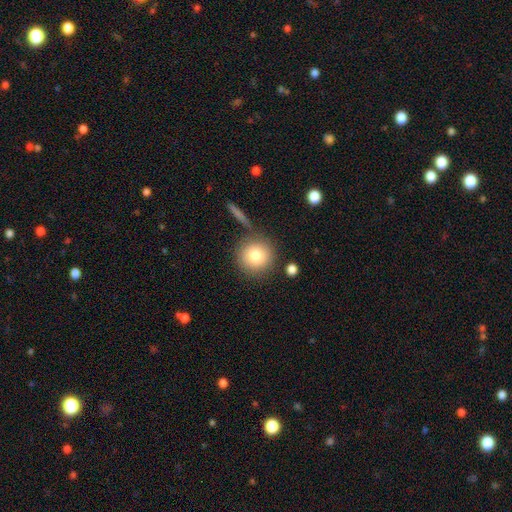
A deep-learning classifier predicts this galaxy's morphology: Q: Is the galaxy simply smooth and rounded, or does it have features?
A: smooth — 81%.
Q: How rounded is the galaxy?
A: round — 93%.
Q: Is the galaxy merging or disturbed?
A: none — 78%.